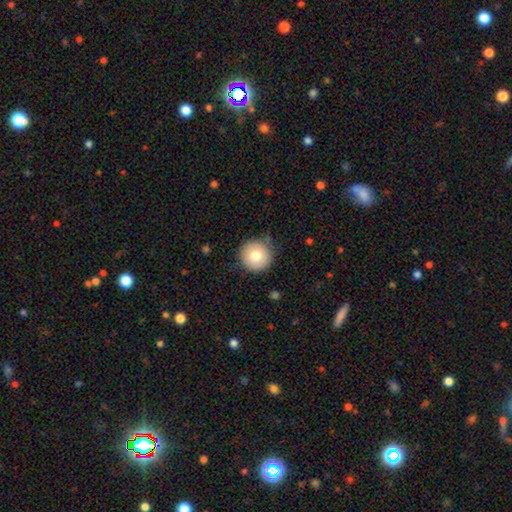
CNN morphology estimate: This appears to be a smooth galaxy with no disk features (78%) that is round (95%). Merging: none (83%).